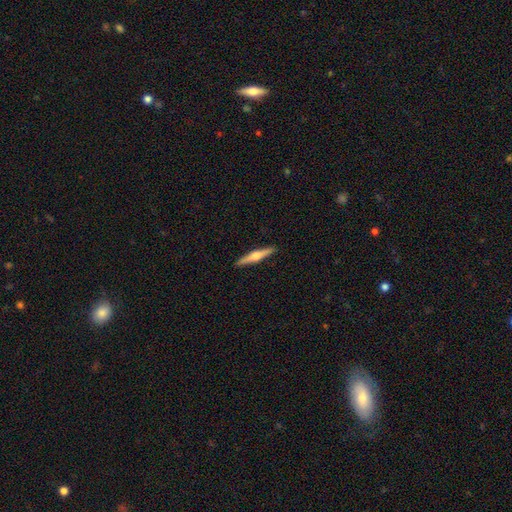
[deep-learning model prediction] Overall: featured or disk (61%; smooth 34%). Edge-on disk: yes (97%). Edge-on bulge: rounded (89%). Merging: none (92%).